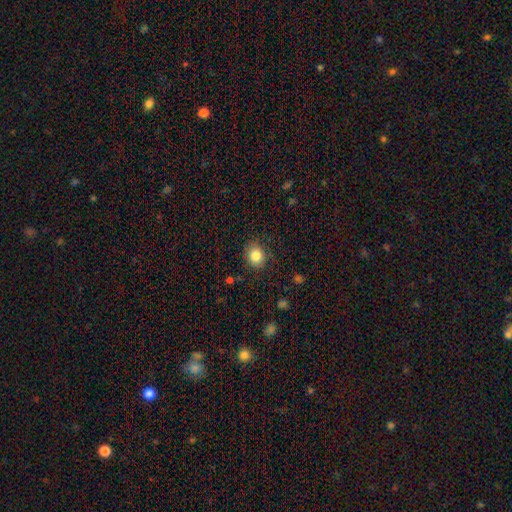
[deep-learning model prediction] This appears to be a smooth galaxy with no disk features (84%) that is round (69%). Merging: none (84%).